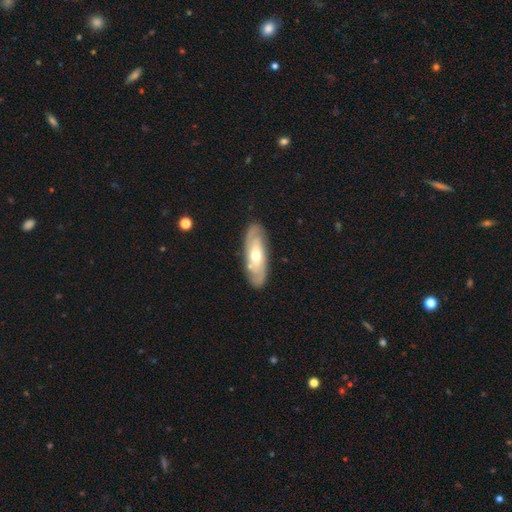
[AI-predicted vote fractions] smooth-or-featured: featured or disk: 66% | smooth: 29% | star or artifact: 5%
  disk-edge-on: no: 80% | yes: 20%
    bar: no: 66% | weak: 26% | strong: 8%
    has-spiral-arms: yes: 77% | no: 23%
    bulge-size: moderate: 64% | small: 29% | large: 4% | none: 1% | dominant: 1%
  merging: none: 84% | minor disturbance: 11% | major disturbance: 3% | merger: 2%